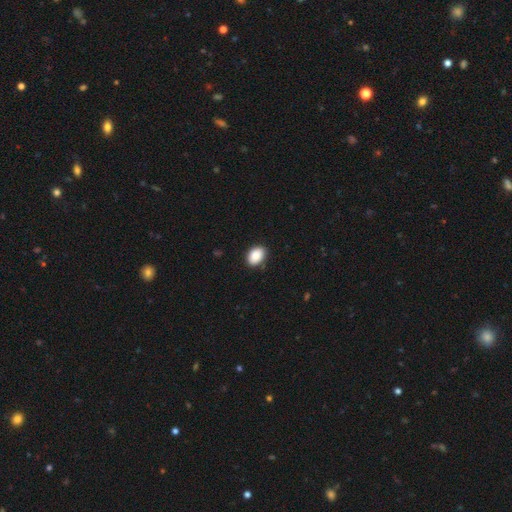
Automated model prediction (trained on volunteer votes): Smooth or featured?
  - smooth: 89% *
  - star or artifact: 7%
  - featured or disk: 4%
How rounded?
  - in between: 81% *
  - round: 18%
  - cigar-shaped: 1%
Merging?
  - none: 87% *
  - minor disturbance: 10%
  - major disturbance: 2%
  - merger: 1%